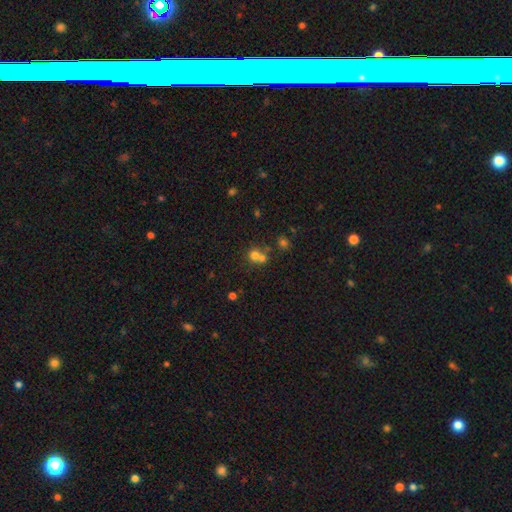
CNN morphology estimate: Q: Smooth or featured?
A: smooth (68%); runner-up: star or artifact (18%)
Q: How rounded?
A: round (83%); runner-up: in between (16%)
Q: Merging?
A: merger (51%); runner-up: none (40%)